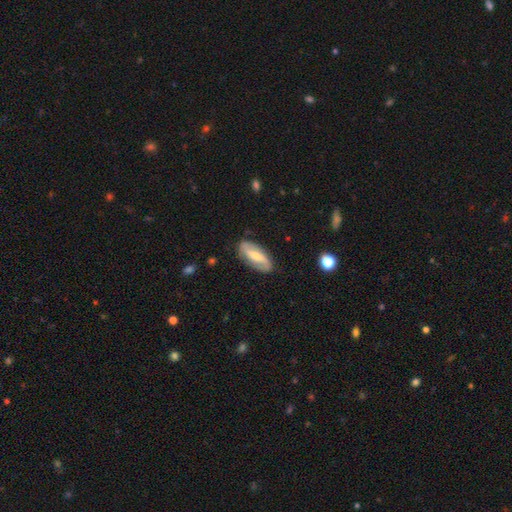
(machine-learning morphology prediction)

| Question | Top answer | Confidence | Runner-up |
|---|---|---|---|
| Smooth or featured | featured or disk | 62% | smooth (32%) |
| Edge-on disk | no | 90% | yes (10%) |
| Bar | strong | 42% | weak (37%) |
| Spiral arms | yes | 80% | no (20%) |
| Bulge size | moderate | 48% | small (42%) |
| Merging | none | 84% | minor disturbance (12%) |